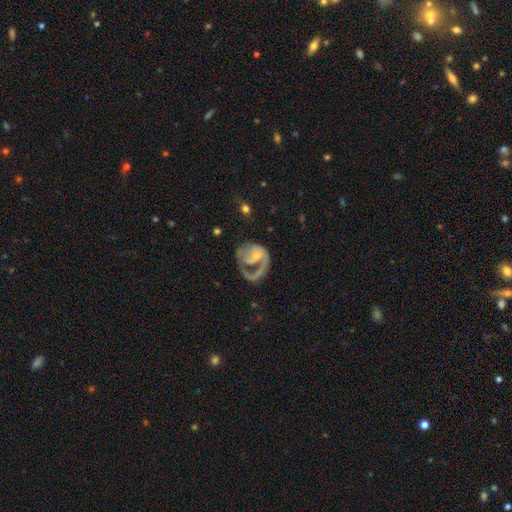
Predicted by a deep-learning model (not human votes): smooth-or-featured: featured or disk: 72% | smooth: 22% | star or artifact: 7%
  disk-edge-on: no: 98% | yes: 2%
    bar: no: 70% | weak: 25% | strong: 5%
    has-spiral-arms: yes: 76% | no: 24%
      spiral-winding: loose: 38% | medium: 36% | tight: 26%
      spiral-arm-count: 1: 73% | 2: 14% | can't tell: 8% | 3: 3% | 4: 1% | more than 4: 1%
    bulge-size: small: 59% | moderate: 24% | none: 12% | large: 3% | dominant: 1%
  merging: major disturbance: 53% | none: 27% | minor disturbance: 15% | merger: 6%